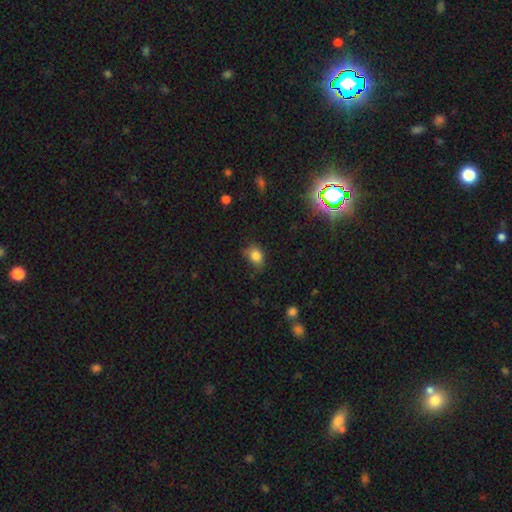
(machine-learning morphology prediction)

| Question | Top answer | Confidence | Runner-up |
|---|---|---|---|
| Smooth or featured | smooth | 81% | star or artifact (12%) |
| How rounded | in between | 64% | round (35%) |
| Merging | none | 60% | minor disturbance (30%) |